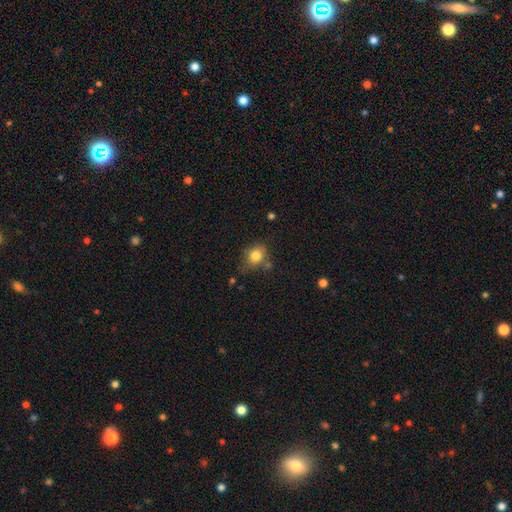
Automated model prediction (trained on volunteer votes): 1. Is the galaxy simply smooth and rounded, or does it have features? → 81% smooth, 10% star or artifact, 9% featured or disk.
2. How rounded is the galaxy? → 51% round, 48% in between, 1% cigar-shaped.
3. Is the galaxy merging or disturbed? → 58% none, 27% minor disturbance, 8% major disturbance, 7% merger.